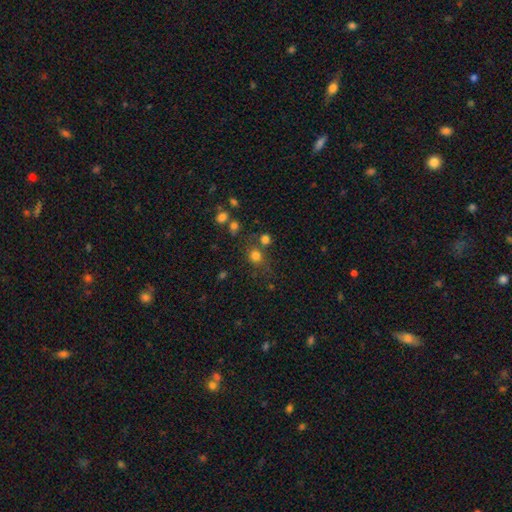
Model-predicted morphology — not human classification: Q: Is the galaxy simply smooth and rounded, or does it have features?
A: smooth — 75%.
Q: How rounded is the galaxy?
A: round — 80%.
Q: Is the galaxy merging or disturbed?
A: none — 60%.